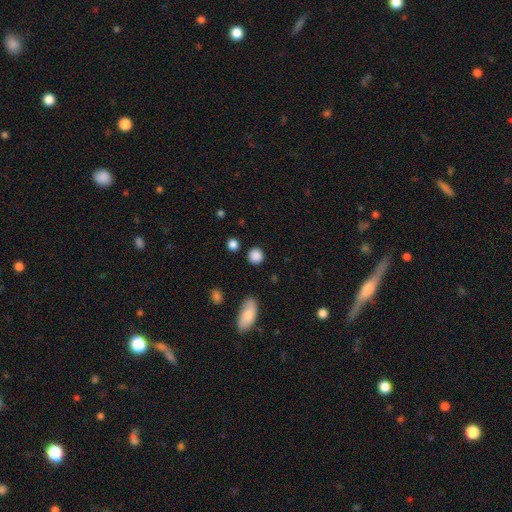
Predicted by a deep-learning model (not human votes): Q: Smooth or featured?
A: smooth (87%); runner-up: star or artifact (10%)
Q: How rounded?
A: round (88%); runner-up: in between (10%)
Q: Merging?
A: none (87%); runner-up: minor disturbance (8%)